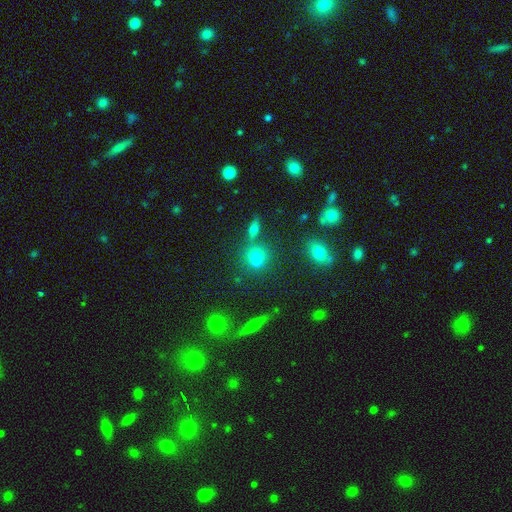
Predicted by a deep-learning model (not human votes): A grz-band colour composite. It shows a smooth galaxy with no disk features (63%) that is round (74%). Merging: merger (43%, tied with none).